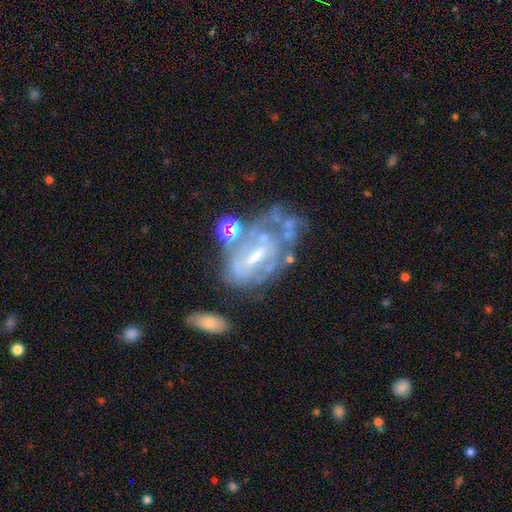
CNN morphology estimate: Smooth or featured: featured or disk — 74% (smooth — 15%)
Edge-on disk: no — 95% (yes — 5%)
Bar: weak — 41% (no — 36%)
Spiral arms: no — 53% (yes — 47%)
Bulge size: moderate — 44% (small — 37%)
Merging: none — 31% (major disturbance — 30%)